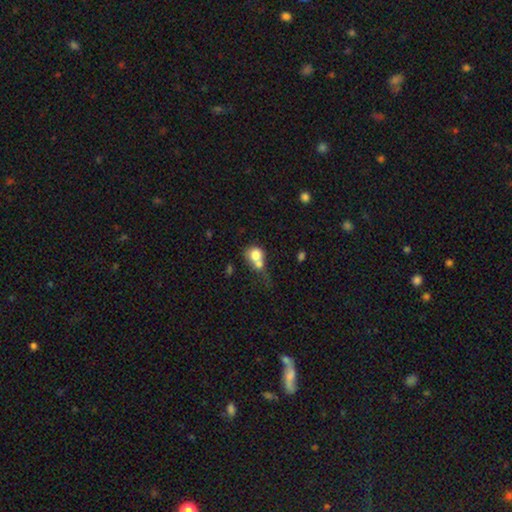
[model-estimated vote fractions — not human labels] A smooth galaxy with no disk features (74%) that is round (71%). Merging: merger (57%).